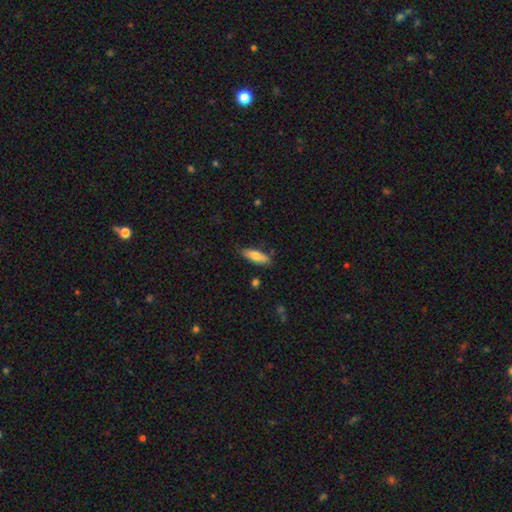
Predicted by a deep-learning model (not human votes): Overall: smooth (78%). How rounded: in between (54%; cigar-shaped 44%). Merging: none (81%).